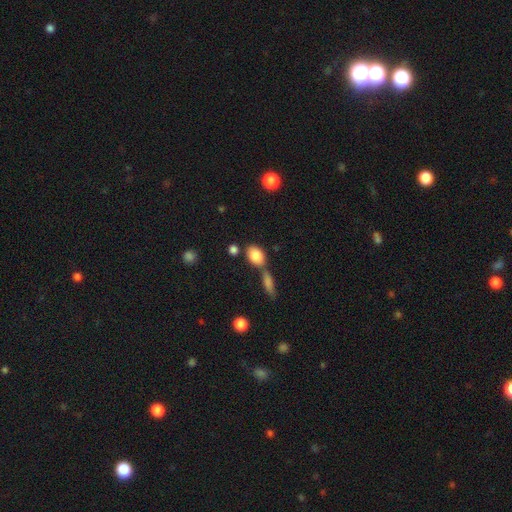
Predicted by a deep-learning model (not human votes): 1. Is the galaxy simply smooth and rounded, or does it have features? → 84% smooth, 8% featured or disk, 8% star or artifact.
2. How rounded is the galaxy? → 81% in between, 16% round, 3% cigar-shaped.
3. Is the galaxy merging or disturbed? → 55% none, 29% merger, 12% minor disturbance, 4% major disturbance.